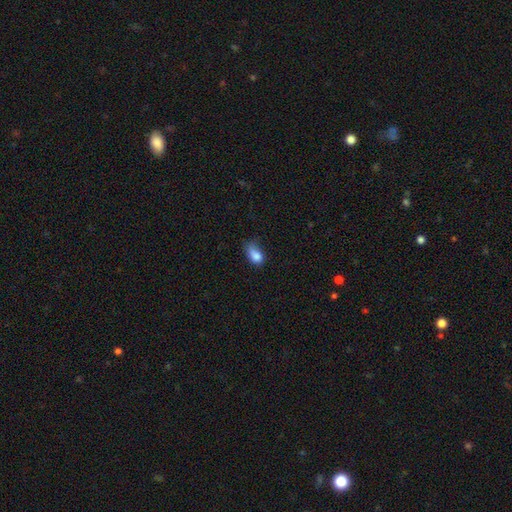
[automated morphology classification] The model was most divided on "merging": minor disturbance: 42%, none: 34%, major disturbance: 20%, merger: 4%. More confident: how rounded — in between (85%); smooth or featured — smooth (83%).